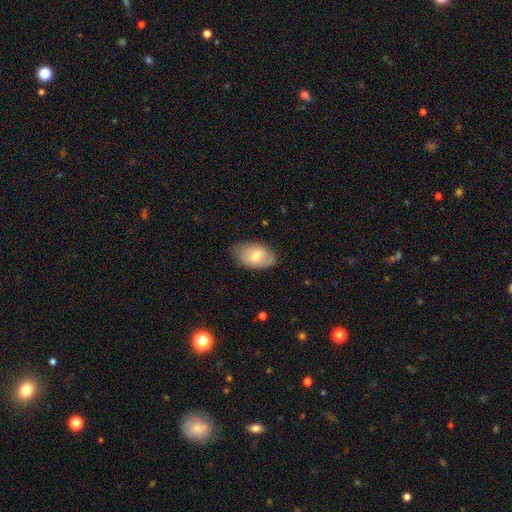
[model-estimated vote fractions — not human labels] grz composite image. It shows a smooth galaxy with no disk features (66%) that is in between round and cigar-shaped (92%). Merging: none (73%).